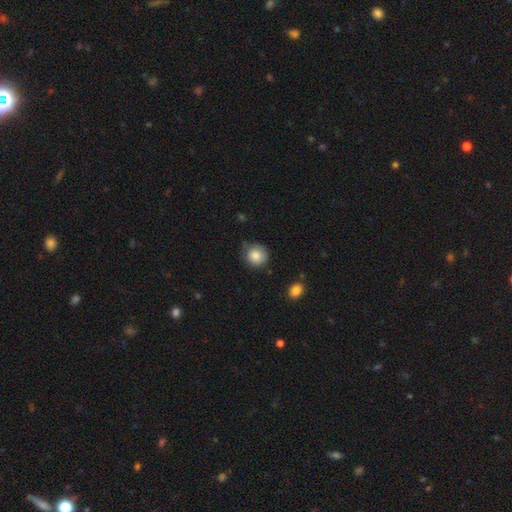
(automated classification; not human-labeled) This appears to be a smooth galaxy with no disk features (85%) that is round (87%). Merging: none (68%).